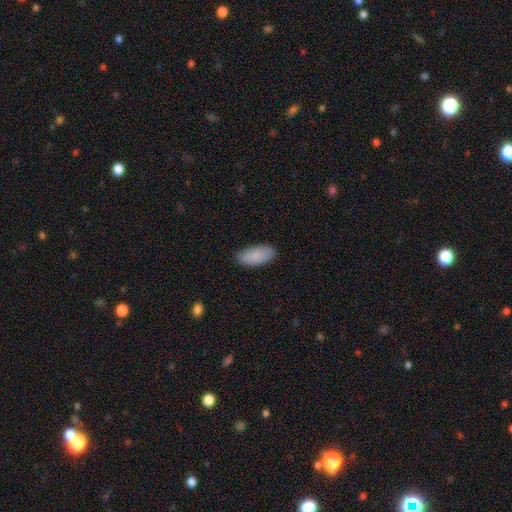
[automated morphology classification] Q: Smooth or featured?
A: smooth (88%); runner-up: featured or disk (6%)
Q: How rounded?
A: in between (91%); runner-up: cigar-shaped (7%)
Q: Merging?
A: none (82%); runner-up: minor disturbance (14%)